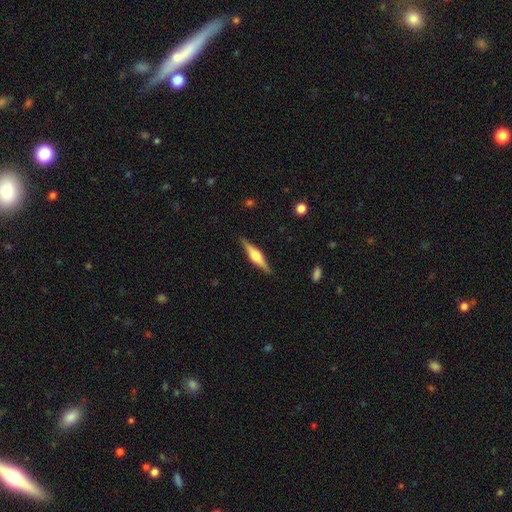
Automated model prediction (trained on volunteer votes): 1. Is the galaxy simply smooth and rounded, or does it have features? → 70% featured or disk, 24% smooth, 6% star or artifact.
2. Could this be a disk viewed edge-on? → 97% yes, 3% no.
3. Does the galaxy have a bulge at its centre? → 87% rounded, 10% boxy, 3% none.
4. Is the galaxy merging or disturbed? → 89% none, 8% minor disturbance, 2% major disturbance, 1% merger.